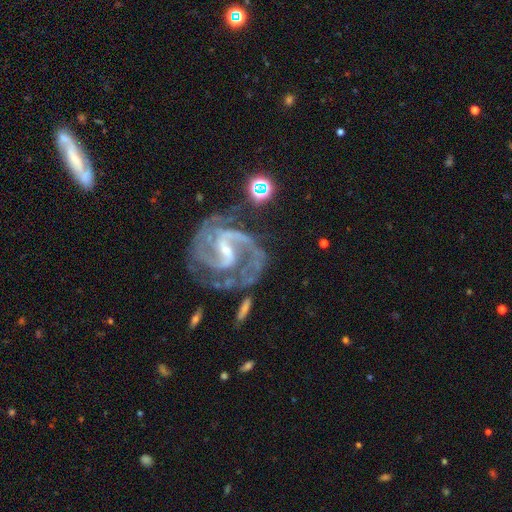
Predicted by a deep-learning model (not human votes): smooth-or-featured: featured or disk: 92% | star or artifact: 5% | smooth: 3%
  disk-edge-on: no: 98% | yes: 2%
    bar: strong: 45% | weak: 44% | no: 12%
    has-spiral-arms: yes: 98% | no: 2%
      spiral-winding: medium: 54% | tight: 37% | loose: 9%
      spiral-arm-count: 2: 79% | 3: 9% | can't tell: 4% | 4: 3% | 1: 2% | more than 4: 2%
    bulge-size: small: 67% | moderate: 21% | none: 9% | large: 1% | dominant: 1%
  merging: none: 63% | minor disturbance: 19% | major disturbance: 12% | merger: 6%